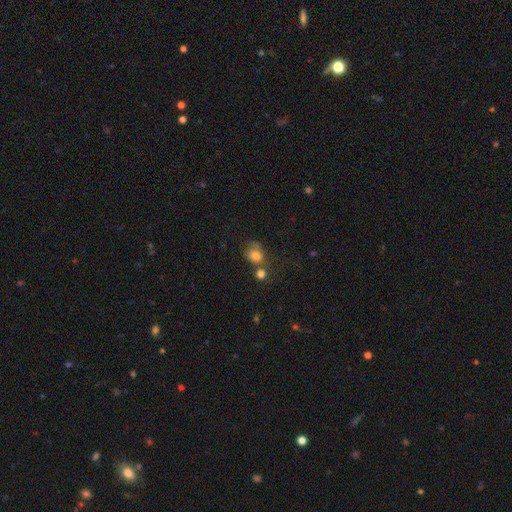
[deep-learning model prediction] This is likely a smooth galaxy (78%). How rounded: likely round (60%). Merging: marginally none (41%).